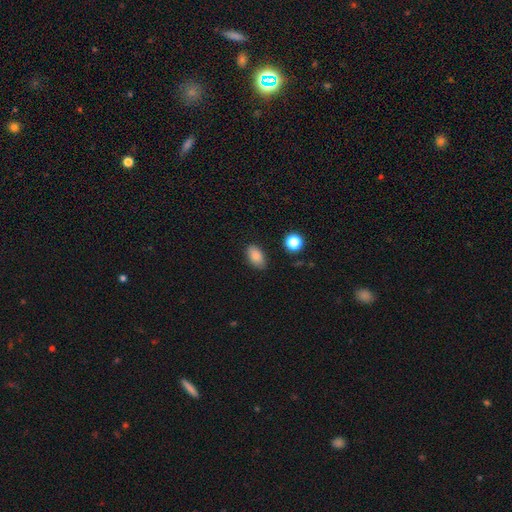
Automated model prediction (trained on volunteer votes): Morphology: type=smooth (85%); roundness=in between (90%); merging=none (83%).